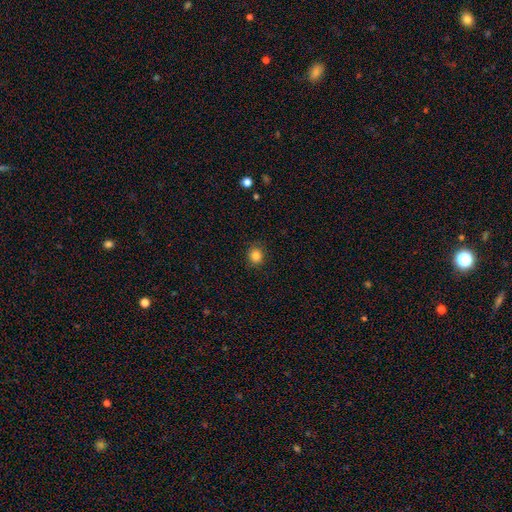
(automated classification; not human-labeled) Smooth or featured: smooth — 84% (star or artifact — 11%)
How rounded: round — 85% (in between — 14%)
Merging: none — 87% (minor disturbance — 10%)